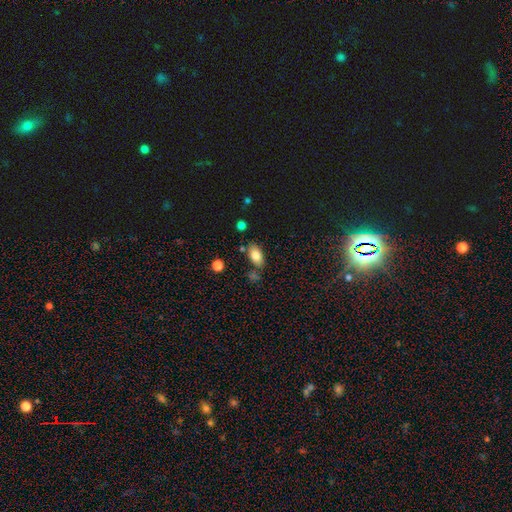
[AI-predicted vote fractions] smooth-or-featured: smooth: 81% | featured or disk: 11% | star or artifact: 8%
  how-rounded: in between: 91% | round: 5% | cigar-shaped: 4%
  merging: none: 74% | minor disturbance: 15% | merger: 8% | major disturbance: 3%